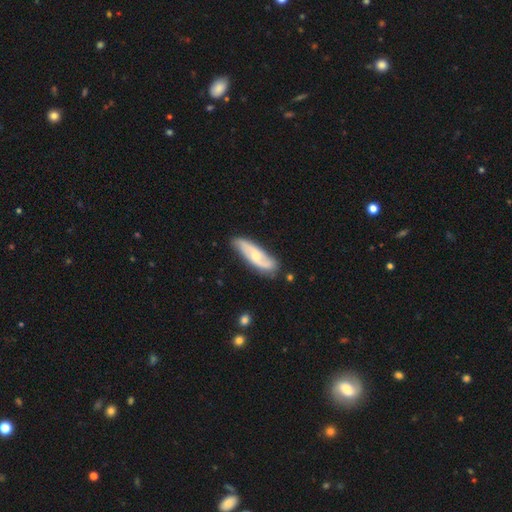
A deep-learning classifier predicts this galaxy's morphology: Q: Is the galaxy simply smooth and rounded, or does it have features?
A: featured or disk — 65%.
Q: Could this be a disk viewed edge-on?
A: no — 83%.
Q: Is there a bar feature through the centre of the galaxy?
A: no — 62%.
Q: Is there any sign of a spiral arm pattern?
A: yes — 89%.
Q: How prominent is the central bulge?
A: small — 50%.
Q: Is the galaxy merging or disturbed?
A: none — 73%.